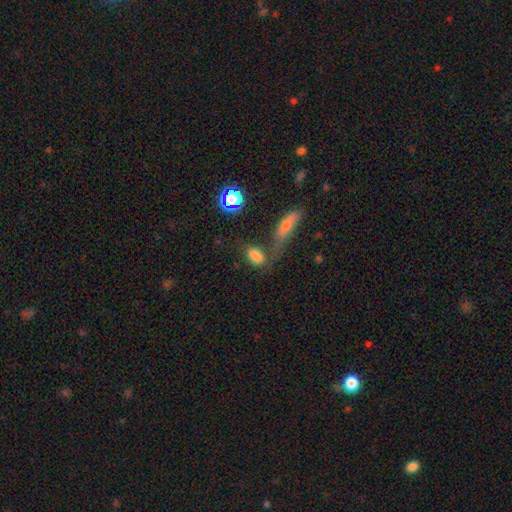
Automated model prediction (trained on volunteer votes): A smooth galaxy with no disk features (78%) that is in between round and cigar-shaped (79%).

Vote fractions:
- Smooth or featured? smooth: 78% / star or artifact: 14% / featured or disk: 8%
- How rounded? in between: 79% / round: 15% / cigar-shaped: 6%
- Merging? none: 53% / merger: 25% / minor disturbance: 14% / major disturbance: 8%